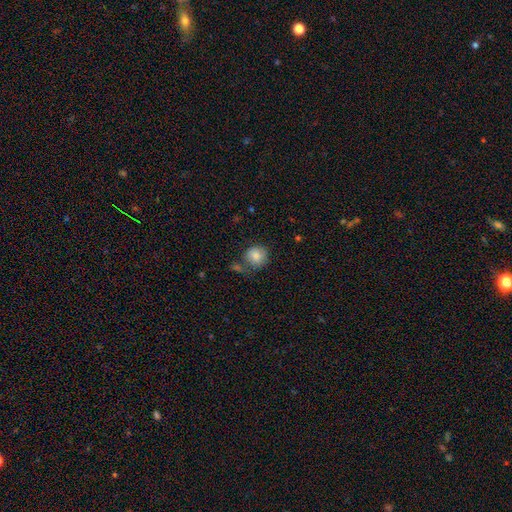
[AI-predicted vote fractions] smooth 84%, star or artifact 8%, featured or disk 8%. Down the decision tree: how rounded — round (85%); merging — none (64%).